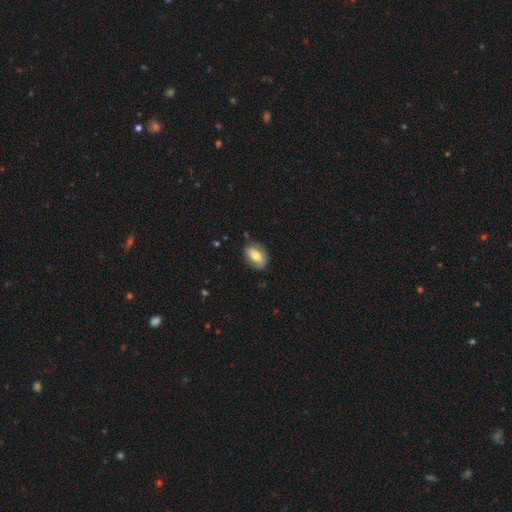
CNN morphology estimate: A smooth galaxy with no disk features (71%) that is in between round and cigar-shaped (84%). Merging: none (79%).